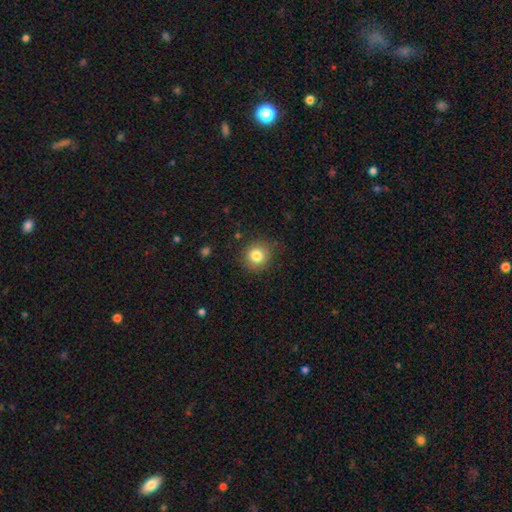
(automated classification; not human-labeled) This appears to be a smooth galaxy with no disk features (83%) that is round (89%). Merging: none (85%).